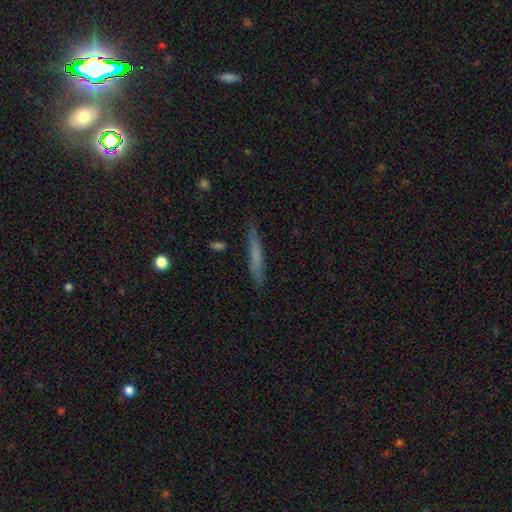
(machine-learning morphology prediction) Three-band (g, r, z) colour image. It shows a smooth galaxy with no disk features (60%) that is cigar-shaped (94%). Merging: none (83%).